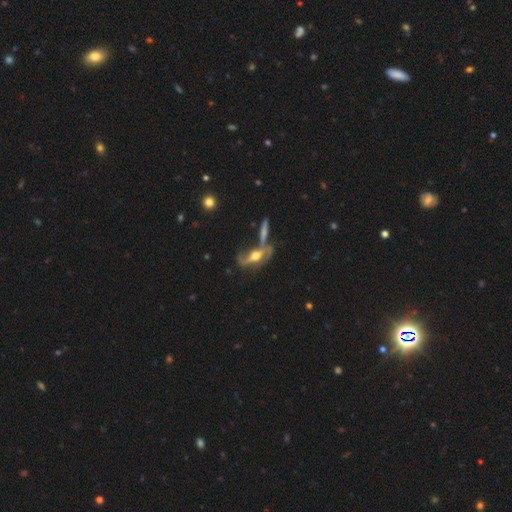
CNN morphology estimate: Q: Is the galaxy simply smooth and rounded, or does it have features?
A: featured or disk — 68%.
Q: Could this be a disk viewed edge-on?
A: no — 61%.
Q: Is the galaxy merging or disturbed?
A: merger — 35%, tied with none.